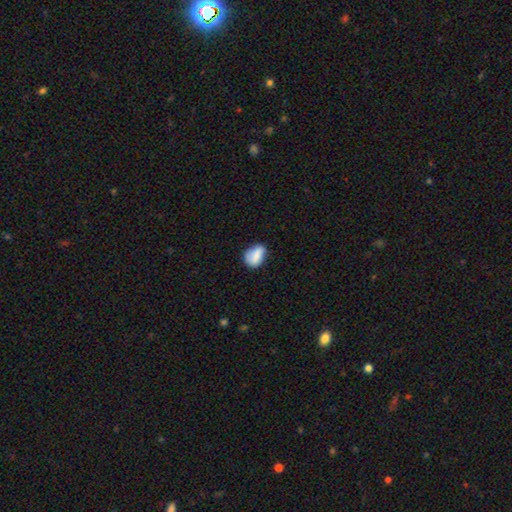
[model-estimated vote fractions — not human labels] Smooth or featured? smooth (79%)
How rounded? in between (73%)
Merging? none (62%)